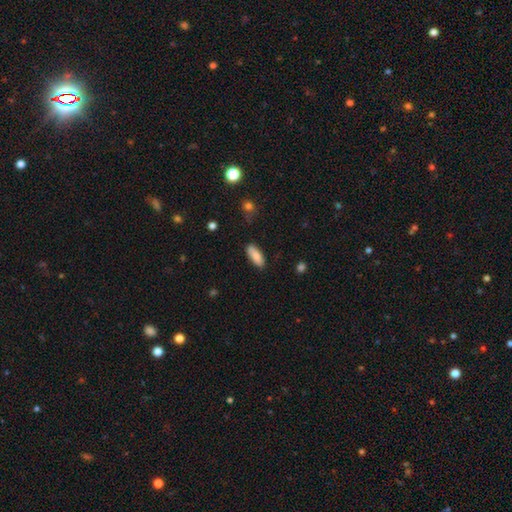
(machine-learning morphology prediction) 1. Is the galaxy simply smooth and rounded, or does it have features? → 85% smooth, 8% featured or disk, 7% star or artifact.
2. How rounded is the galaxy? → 72% in between, 26% cigar-shaped, 2% round.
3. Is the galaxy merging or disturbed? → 84% none, 12% minor disturbance, 2% major disturbance, 2% merger.